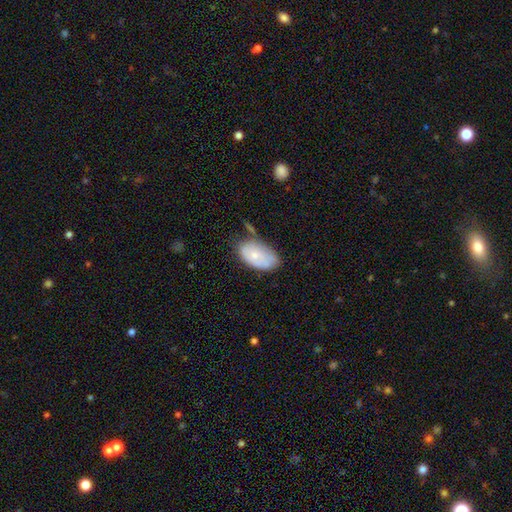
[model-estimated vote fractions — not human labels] Overall: smooth (66%; featured or disk 27%). How rounded: in between (93%). Merging: none (47%; minor disturbance 34%).